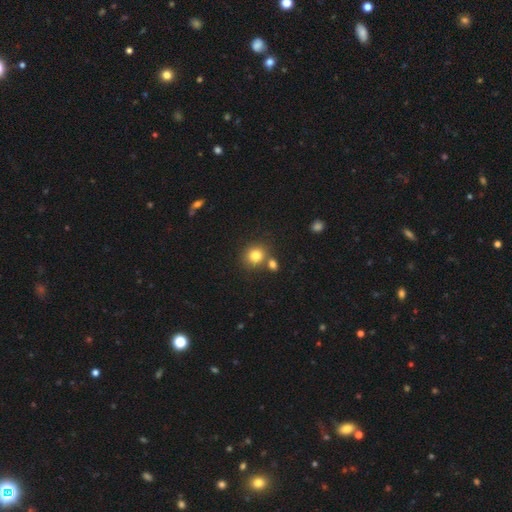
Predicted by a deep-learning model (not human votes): Smooth or featured?
  - smooth: 81% *
  - star or artifact: 11%
  - featured or disk: 8%
How rounded?
  - round: 81% *
  - in between: 18%
  - cigar-shaped: 1%
Merging?
  - none: 65% *
  - merger: 22%
  - minor disturbance: 9%
  - major disturbance: 3%